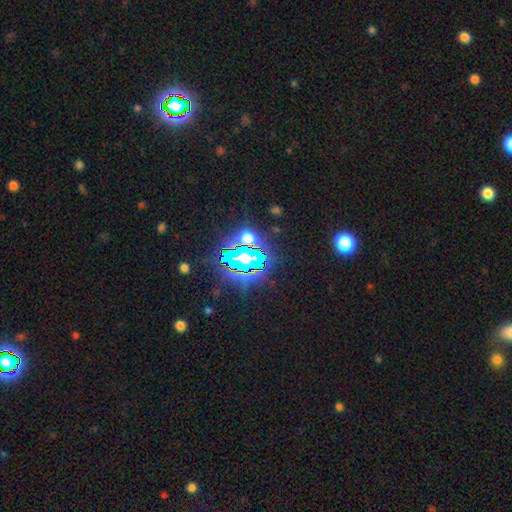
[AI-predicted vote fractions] A star or artifact, not a galaxy (72%).